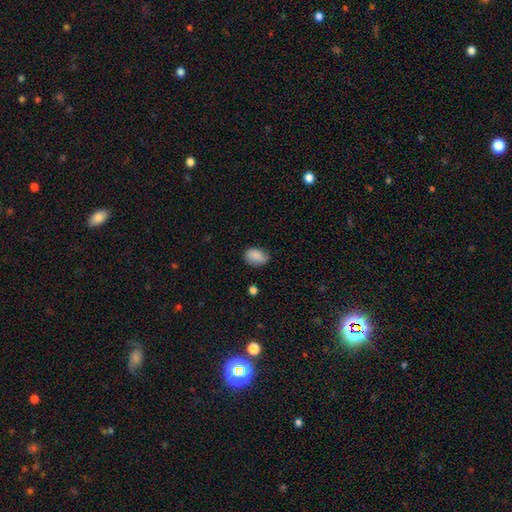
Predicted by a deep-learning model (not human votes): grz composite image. It shows a smooth galaxy with no disk features (86%) that is in between round and cigar-shaped (82%). Merging: none (71%).